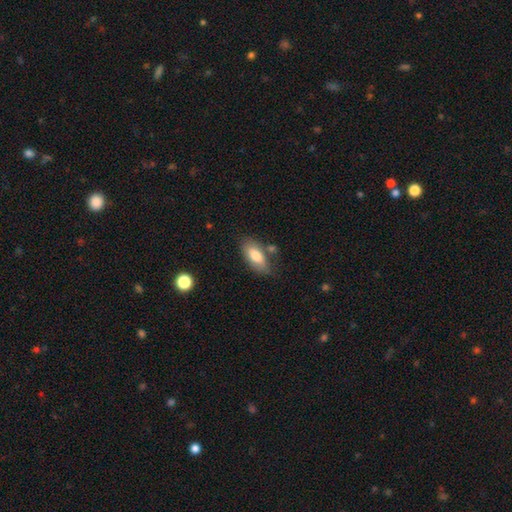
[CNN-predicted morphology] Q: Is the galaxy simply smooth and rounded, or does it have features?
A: smooth — 78%.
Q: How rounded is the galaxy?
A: in between — 86%.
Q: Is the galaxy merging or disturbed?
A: none — 67%.